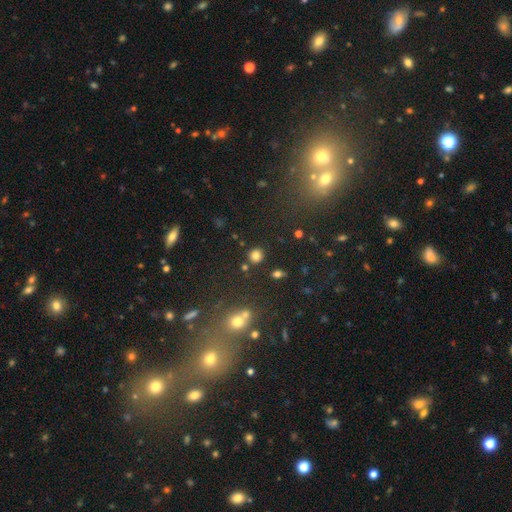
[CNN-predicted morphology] Smooth or featured: smooth — 80% (star or artifact — 15%)
How rounded: round — 84% (in between — 15%)
Merging: none — 84% (minor disturbance — 8%)